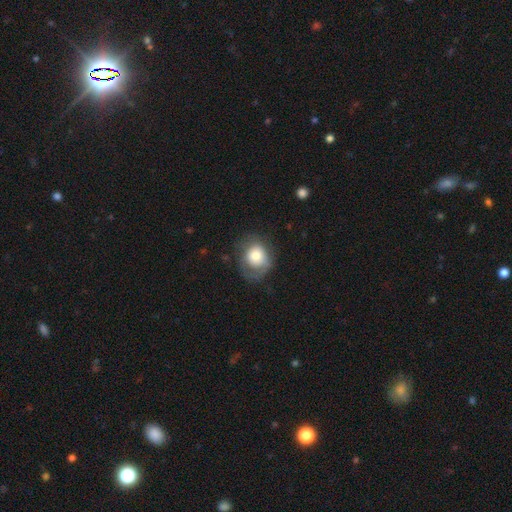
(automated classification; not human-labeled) Smooth or featured?
  - smooth: 70% *
  - featured or disk: 22%
  - star or artifact: 8%
How rounded?
  - round: 66% *
  - in between: 33%
  - cigar-shaped: 1%
Merging?
  - none: 53% *
  - minor disturbance: 26%
  - major disturbance: 19%
  - merger: 2%